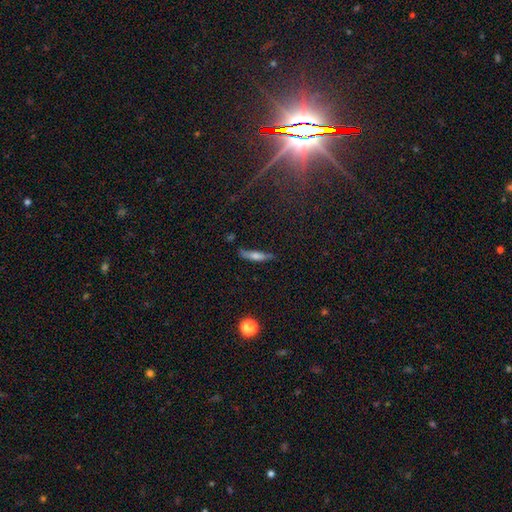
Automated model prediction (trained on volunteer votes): Smooth or featured? smooth (56%)
How rounded? cigar-shaped (80%)
Merging? none (69%)